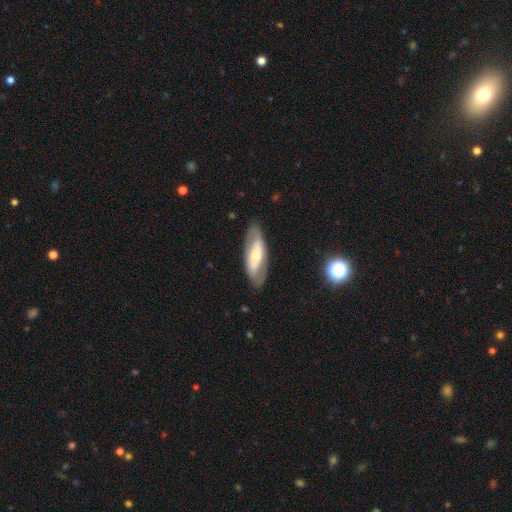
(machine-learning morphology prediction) smooth-or-featured: featured or disk: 54% | smooth: 40% | star or artifact: 5%
  disk-edge-on: no: 78% | yes: 22%
  merging: none: 80% | minor disturbance: 14% | major disturbance: 5% | merger: 1%